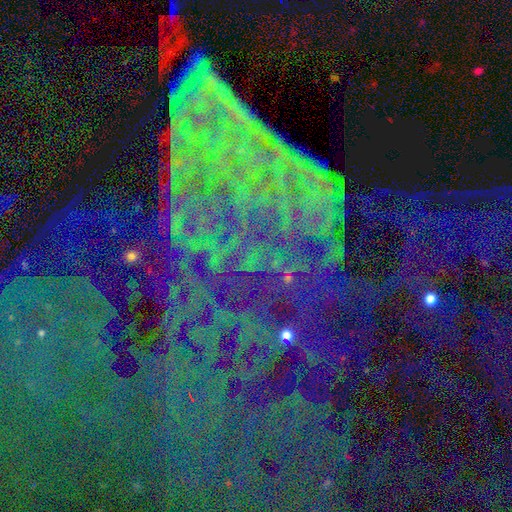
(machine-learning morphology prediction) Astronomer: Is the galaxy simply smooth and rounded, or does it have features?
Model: star or artifact — 83%.